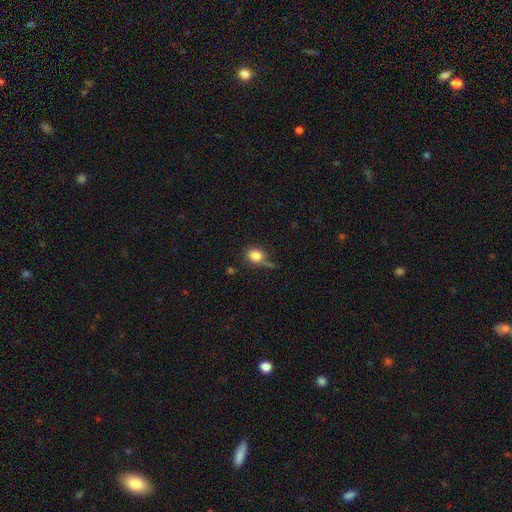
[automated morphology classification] Overall: smooth (81%). How rounded: round (65%; in between 33%). Merging: none (53%; minor disturbance 26%).